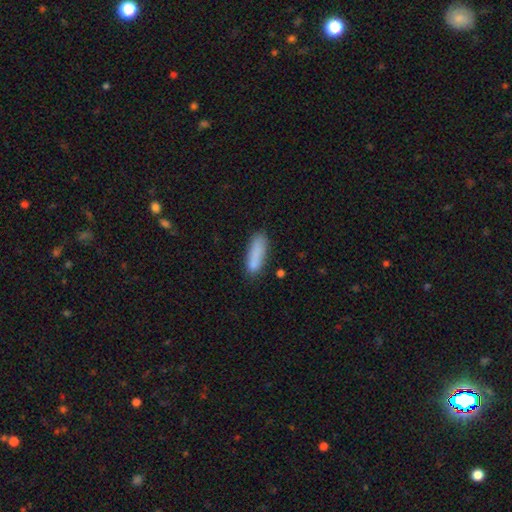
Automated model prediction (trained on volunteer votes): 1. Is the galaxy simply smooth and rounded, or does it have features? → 85% smooth, 8% featured or disk, 7% star or artifact.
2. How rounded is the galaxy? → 58% cigar-shaped, 40% in between, 2% round.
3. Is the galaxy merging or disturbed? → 73% none, 18% minor disturbance, 4% major disturbance, 4% merger.